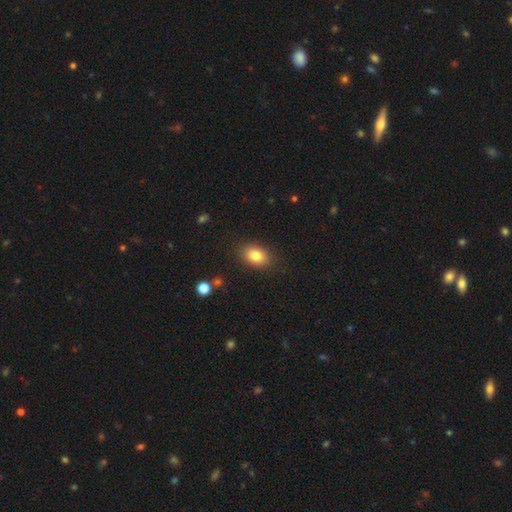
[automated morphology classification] Overall: smooth (83%). How rounded: in between (78%). Merging: none (85%).